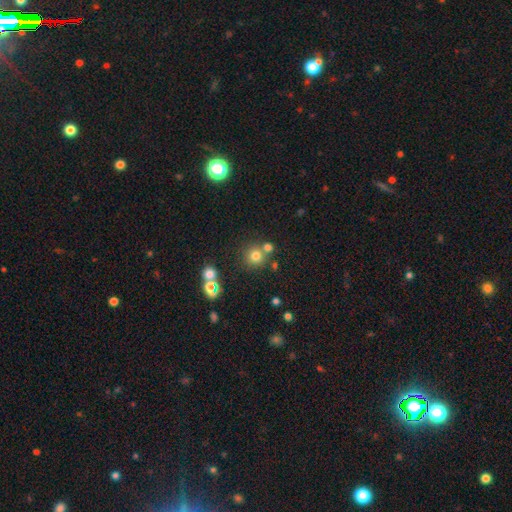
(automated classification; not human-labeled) smooth-or-featured: smooth: 73% | star or artifact: 18% | featured or disk: 8%
  how-rounded: round: 92% | in between: 7% | cigar-shaped: 1%
  merging: none: 68% | merger: 20% | minor disturbance: 8% | major disturbance: 4%